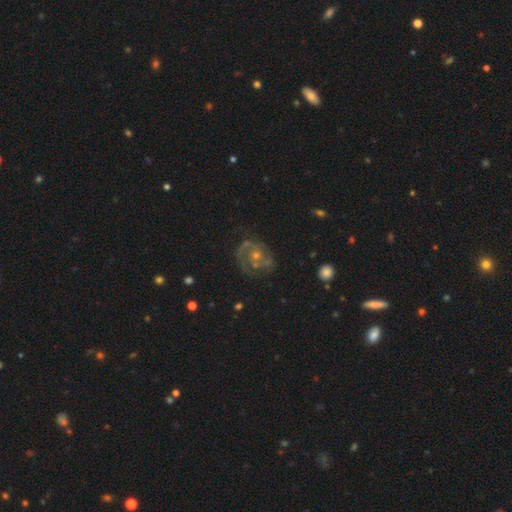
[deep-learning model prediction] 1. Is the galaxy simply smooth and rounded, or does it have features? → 78% featured or disk, 12% star or artifact, 11% smooth.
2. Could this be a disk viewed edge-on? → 98% no, 2% yes.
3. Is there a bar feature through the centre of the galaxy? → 71% no, 25% weak, 5% strong.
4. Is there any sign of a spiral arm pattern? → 89% yes, 11% no.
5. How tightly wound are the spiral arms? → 46% medium, 39% tight, 14% loose.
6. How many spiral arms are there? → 54% 2, 20% can't tell, 12% 3, 7% 1, 4% 4, 3% more than 4.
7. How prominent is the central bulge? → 51% small, 42% moderate, 3% none, 2% large, 1% dominant.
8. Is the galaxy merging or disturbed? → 69% none, 17% minor disturbance, 11% major disturbance, 2% merger.